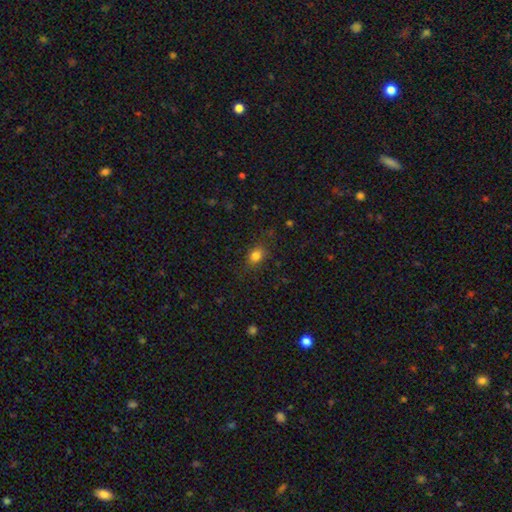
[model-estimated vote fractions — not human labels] smooth-or-featured: smooth: 81% | star or artifact: 12% | featured or disk: 7%
  how-rounded: in between: 62% | round: 36% | cigar-shaped: 2%
  merging: none: 80% | minor disturbance: 14% | major disturbance: 5% | merger: 1%